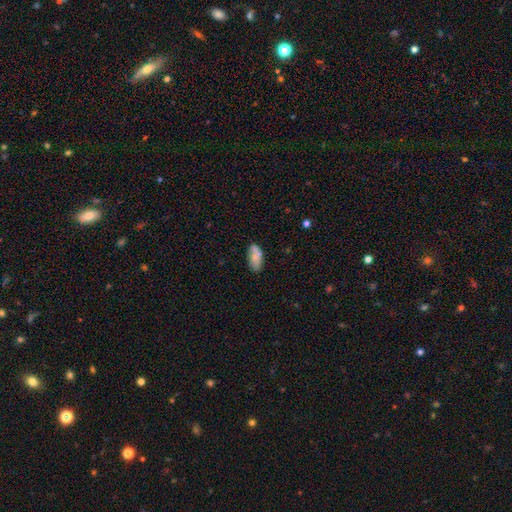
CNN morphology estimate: Smooth or featured? Predicted: smooth (p=0.70). How rounded? Predicted: in between (p=0.92). Merging? Predicted: none (p=0.64).